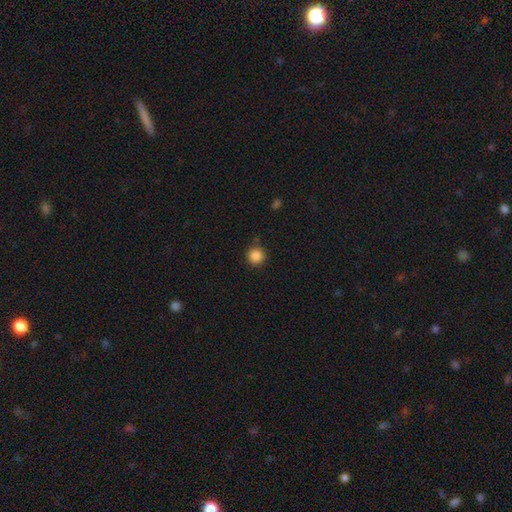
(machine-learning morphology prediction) The model was most divided on "smooth or featured": smooth: 86%, star or artifact: 11%, featured or disk: 3%. More confident: how rounded — round (95%); merging — none (87%).